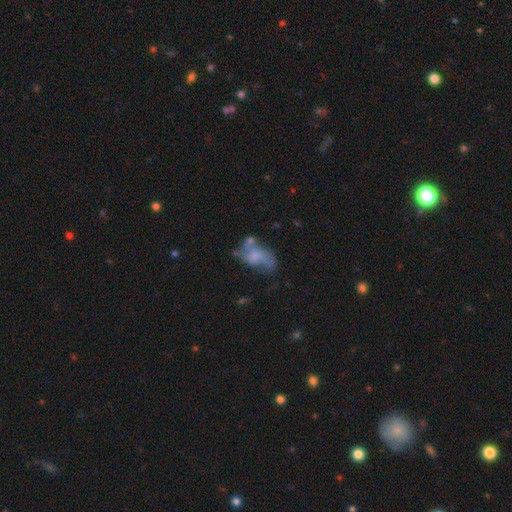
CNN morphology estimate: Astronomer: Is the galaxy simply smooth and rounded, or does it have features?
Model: featured or disk — 57%.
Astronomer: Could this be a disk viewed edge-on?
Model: no — 97%.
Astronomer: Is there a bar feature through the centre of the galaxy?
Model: no — 69%.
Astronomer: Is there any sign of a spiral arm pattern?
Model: yes — 62% (runner-up: no, 38%).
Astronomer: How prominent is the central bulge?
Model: none — 47% (runner-up: small, 27%).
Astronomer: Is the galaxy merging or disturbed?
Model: none — 34% (runner-up: major disturbance, 30%).